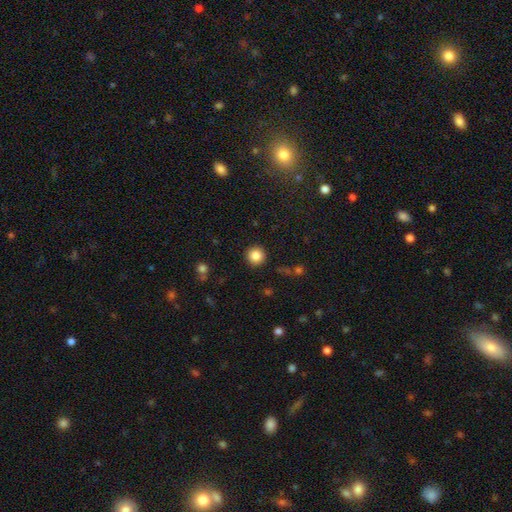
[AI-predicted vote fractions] Overall: smooth (85%). How rounded: round (95%). Merging: none (92%).